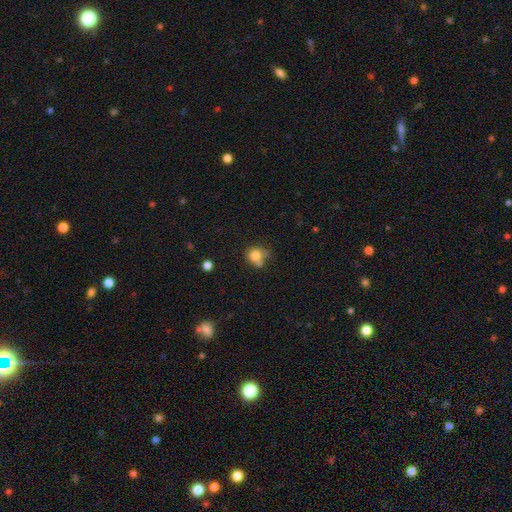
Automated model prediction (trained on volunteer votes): Smooth or featured?
  - smooth: 80% *
  - star or artifact: 11%
  - featured or disk: 9%
How rounded?
  - round: 81% *
  - in between: 18%
  - cigar-shaped: 1%
Merging?
  - none: 52% *
  - merger: 24%
  - minor disturbance: 18%
  - major disturbance: 6%